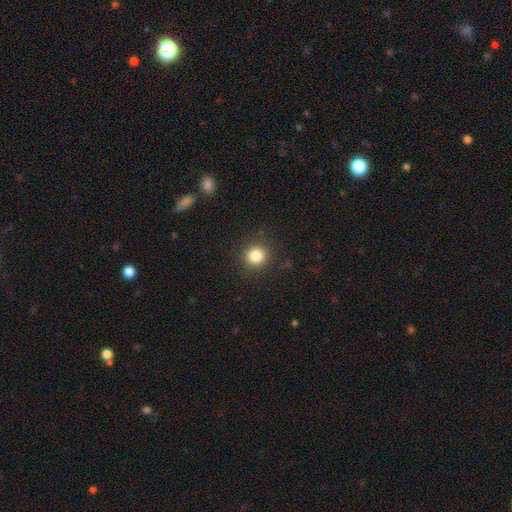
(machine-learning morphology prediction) This appears to be a smooth galaxy with no disk features (83%) that is round (93%). Merging: none (90%).